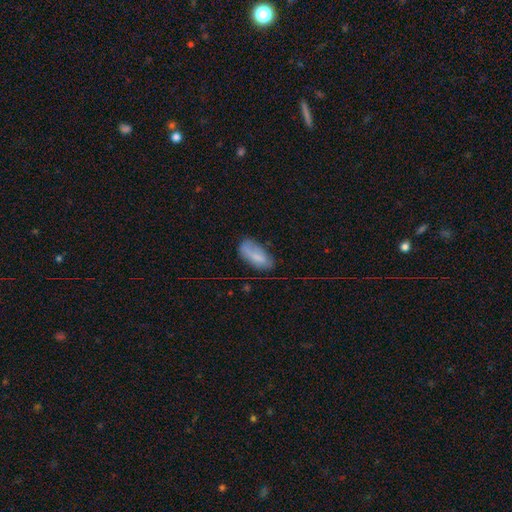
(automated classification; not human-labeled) A smooth galaxy with no disk features (76%) that is in between round and cigar-shaped (88%).

Vote fractions:
- Smooth or featured? smooth: 76% / featured or disk: 17% / star or artifact: 7%
- How rounded? in between: 88% / cigar-shaped: 9% / round: 2%
- Merging? none: 55% / minor disturbance: 31% / major disturbance: 11% / merger: 3%